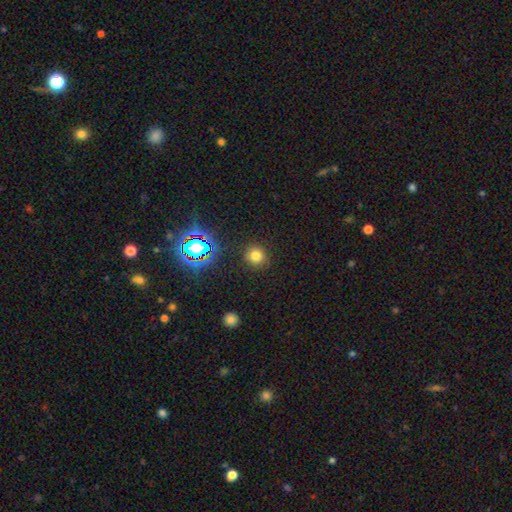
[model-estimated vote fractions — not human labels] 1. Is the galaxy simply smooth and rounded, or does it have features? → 74% smooth, 19% star or artifact, 6% featured or disk.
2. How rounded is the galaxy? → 90% round, 9% in between, 1% cigar-shaped.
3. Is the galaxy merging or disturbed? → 88% none, 7% minor disturbance, 3% major disturbance, 2% merger.